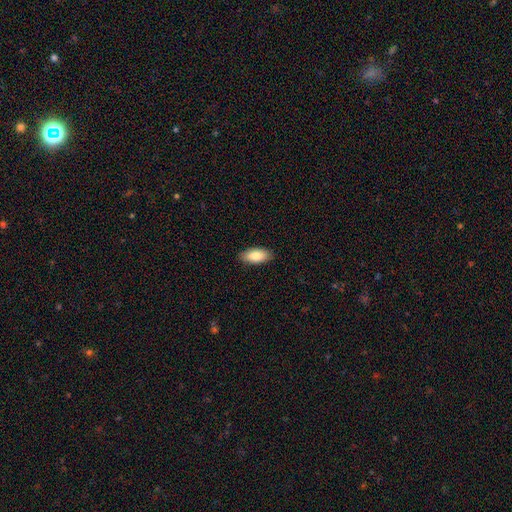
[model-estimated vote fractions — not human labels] smooth_or_featured: smooth (p=0.84) [alt: featured or disk p=0.10]
how_rounded: in between (p=0.90) [alt: cigar-shaped p=0.08]
merging: none (p=0.89) [alt: minor disturbance p=0.08]